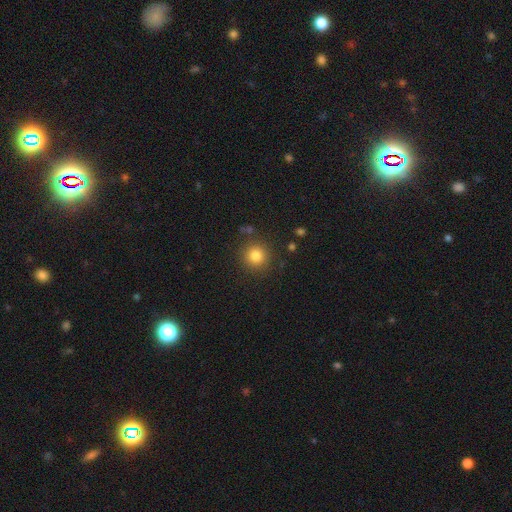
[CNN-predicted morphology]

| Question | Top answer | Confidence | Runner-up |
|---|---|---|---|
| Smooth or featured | smooth | 81% | star or artifact (12%) |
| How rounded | round | 93% | in between (6%) |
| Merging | none | 87% | minor disturbance (7%) |